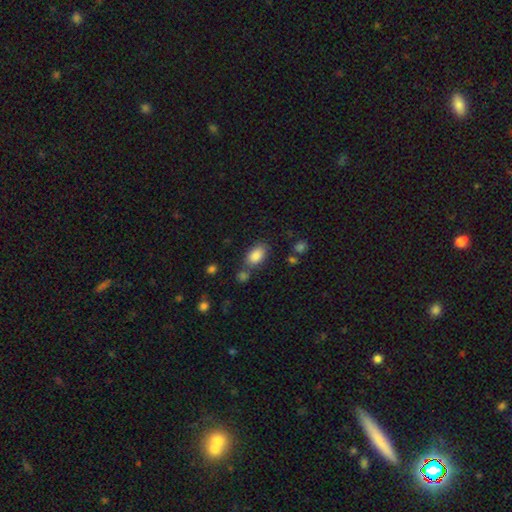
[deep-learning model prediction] Smooth or featured? Predicted: smooth (p=0.86). How rounded? Predicted: in between (p=0.91). Merging? Predicted: none (p=0.66).